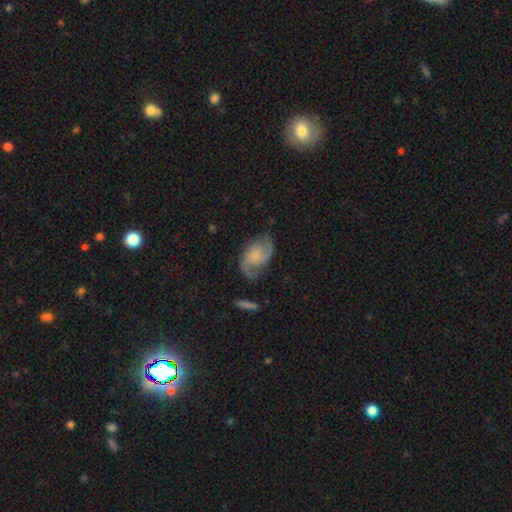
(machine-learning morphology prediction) Smooth or featured: featured or disk — 77% (smooth — 16%)
Edge-on disk: no — 97% (yes — 3%)
Bar: no — 64% (weak — 30%)
Spiral arms: yes — 95% (no — 5%)
Spiral winding: medium — 46% (loose — 37%)
Spiral arm count: 2 — 89% (can't tell — 5%)
Bulge size: small — 48% (none — 26%)
Merging: none — 68% (minor disturbance — 20%)